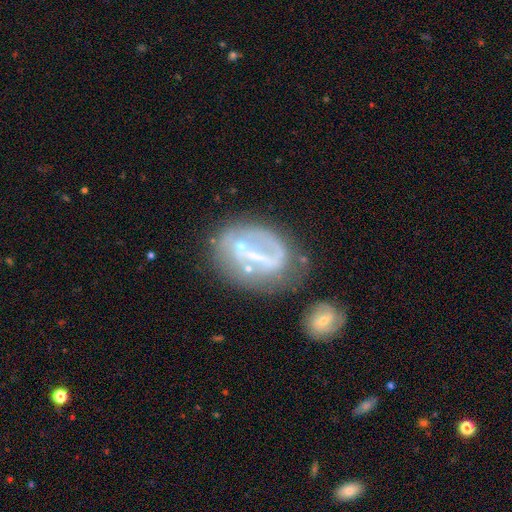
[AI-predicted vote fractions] Morphology: type=featured or disk (67%); edge-on=no (95%); bar=strong (42%); spiral arms=no (55%); bulge=small (55%); merging=none (43%).